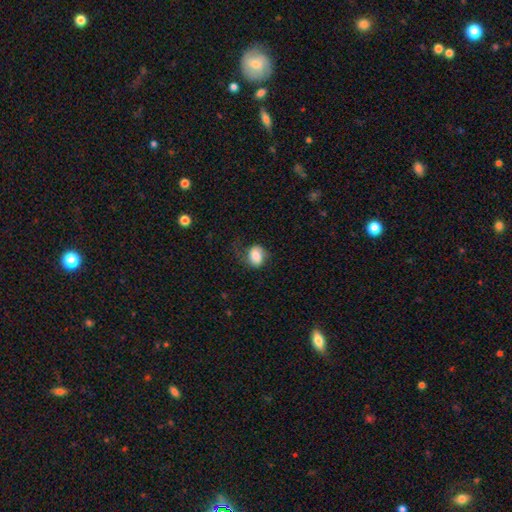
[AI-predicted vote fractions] Smooth or featured: smooth — 68% (featured or disk — 24%)
How rounded: in between — 58% (round — 41%)
Merging: none — 53% (minor disturbance — 26%)